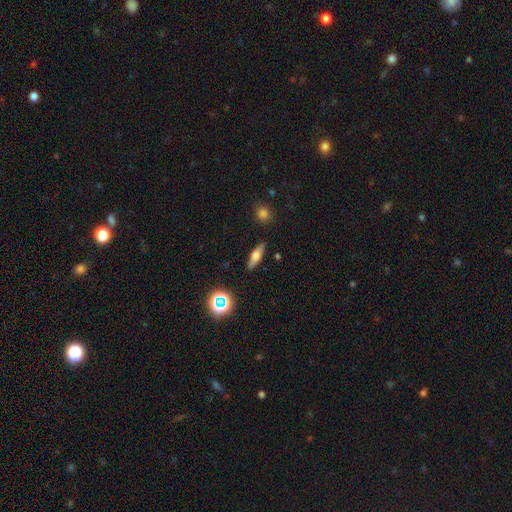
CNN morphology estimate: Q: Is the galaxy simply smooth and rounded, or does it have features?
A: smooth — 53%.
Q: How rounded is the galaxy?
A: cigar-shaped — 53%.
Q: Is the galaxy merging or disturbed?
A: none — 87%.